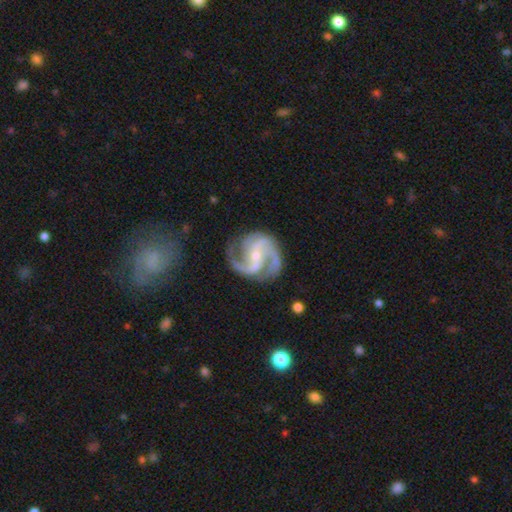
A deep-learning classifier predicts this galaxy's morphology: Overall: featured or disk (93%). Edge-on disk: no (98%). Bar: weak (37%; no 33%). Spiral arms: yes (98%). Spiral arm count: 2 (53%; 3 32%). Spiral winding: medium (62%). Bulge size: small (74%). Merging: none (73%).